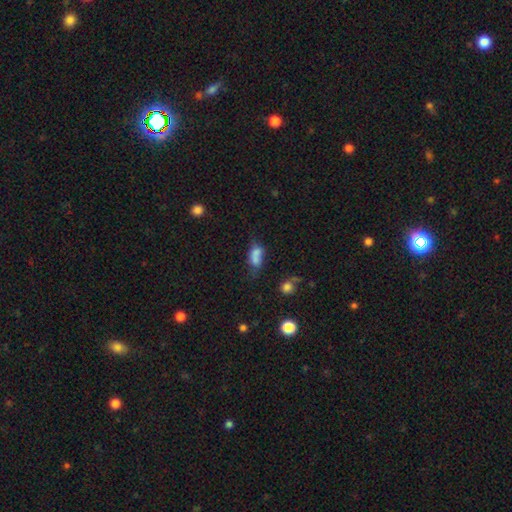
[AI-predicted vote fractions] Morphology: type=smooth (69%); roundness=in between (78%); merging=merger (35%).